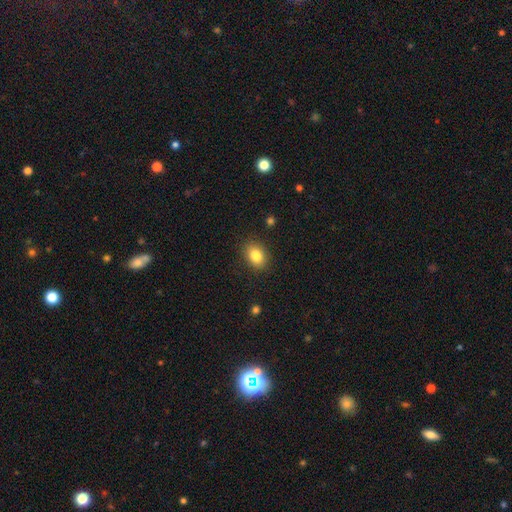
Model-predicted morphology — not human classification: Smooth or featured? smooth (83%)
How rounded? in between (65%)
Merging? none (87%)